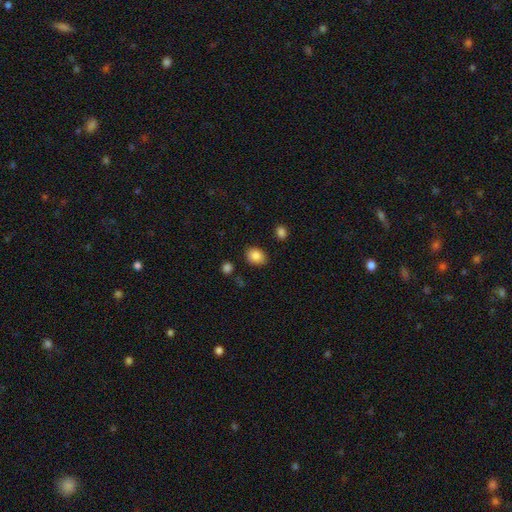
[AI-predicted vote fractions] Overall: smooth (86%). How rounded: in between (57%; round 42%). Merging: none (83%).